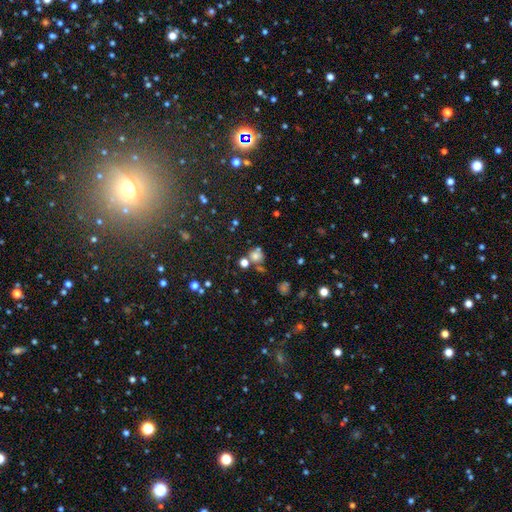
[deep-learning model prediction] A smooth galaxy with no disk features (64%) that is round (85%).

Vote fractions:
- Smooth or featured? smooth: 64% / star or artifact: 25% / featured or disk: 10%
- How rounded? round: 85% / in between: 14% / cigar-shaped: 1%
- Merging? none: 60% / merger: 20% / minor disturbance: 13% / major disturbance: 6%